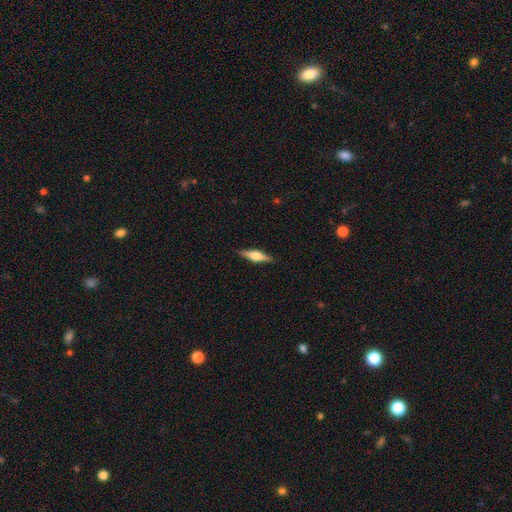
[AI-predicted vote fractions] Smooth or featured? featured or disk (62%)
Edge-on disk? yes (97%)
Edge-on bulge? rounded (88%)
Merging? none (90%)